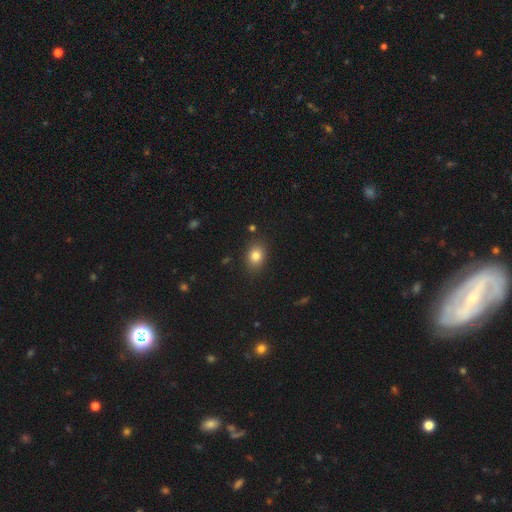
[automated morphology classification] smooth 81%, star or artifact 11%, featured or disk 8%. Down the decision tree: how rounded — in between (60%); merging — none (85%).